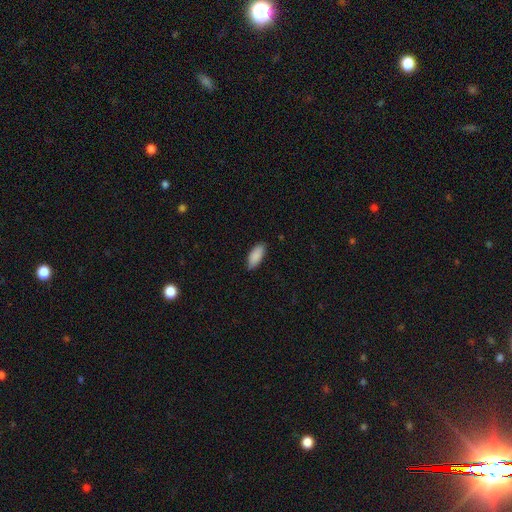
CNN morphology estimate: Smooth or featured: smooth — 90% (star or artifact — 6%)
How rounded: in between — 85% (cigar-shaped — 14%)
Merging: none — 85% (minor disturbance — 12%)